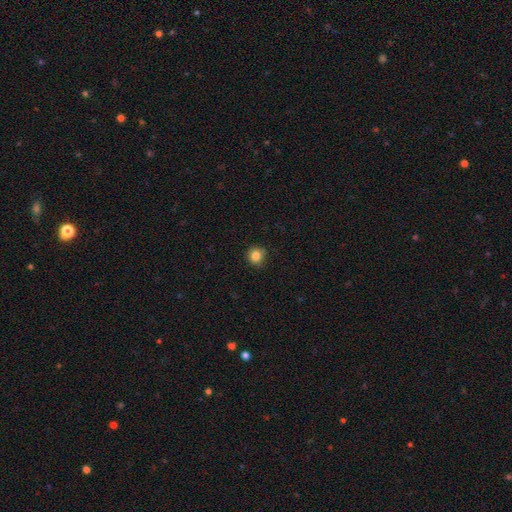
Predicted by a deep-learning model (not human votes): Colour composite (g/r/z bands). It shows a smooth galaxy with no disk features (84%) that is round (89%). Merging: none (85%).